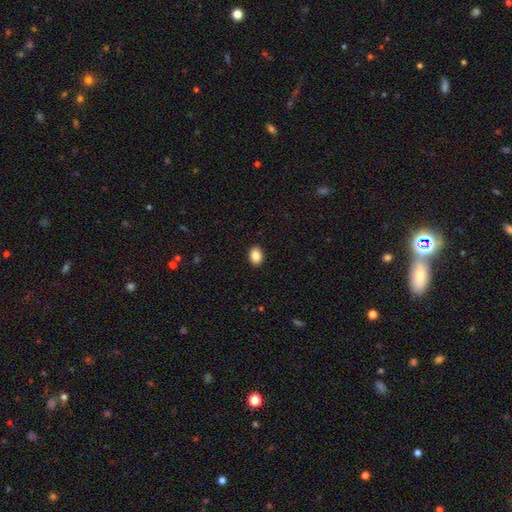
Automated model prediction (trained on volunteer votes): This appears to be a smooth galaxy with no disk features (86%) that is in between round and cigar-shaped (71%). Merging: none (91%).